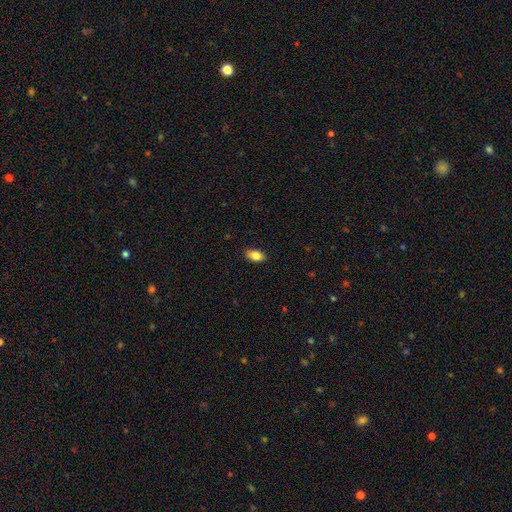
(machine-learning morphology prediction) Q: Smooth or featured?
A: smooth (81%); runner-up: featured or disk (12%)
Q: How rounded?
A: in between (90%); runner-up: round (5%)
Q: Merging?
A: none (87%); runner-up: minor disturbance (10%)